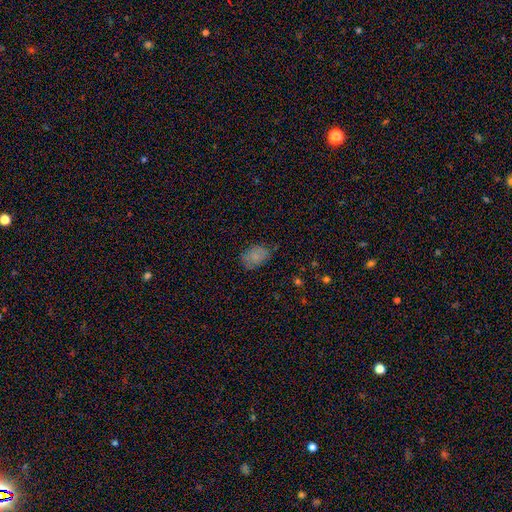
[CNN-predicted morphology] type=smooth (81%); roundness=in between (83%); merging=none (75%).